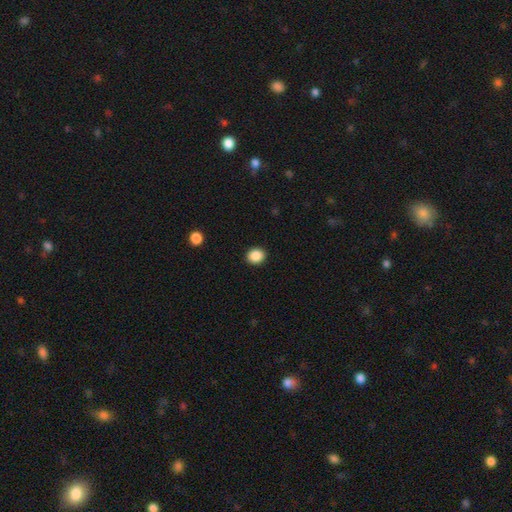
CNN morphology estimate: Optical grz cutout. It shows a smooth galaxy with no disk features (88%) that is round (71%). Merging: none (92%).